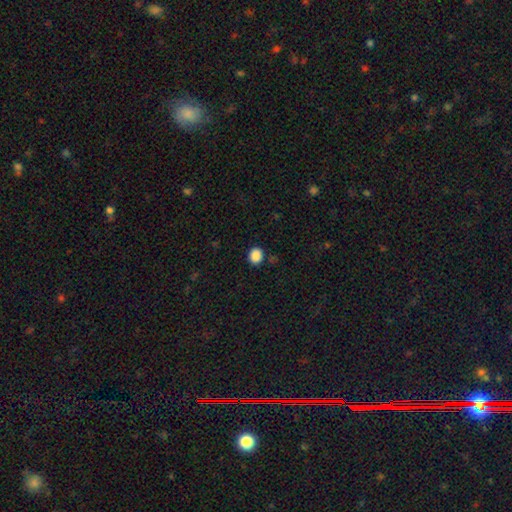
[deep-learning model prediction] Smooth or featured? smooth (88%)
How rounded? round (60%)
Merging? none (87%)